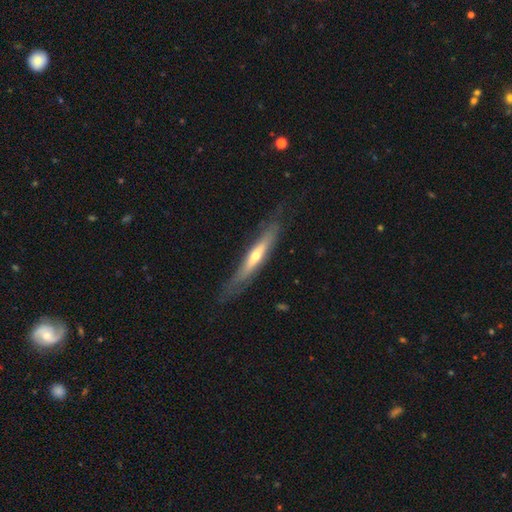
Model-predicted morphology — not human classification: Smooth or featured? Predicted: featured or disk (p=0.60). Edge-on disk? Predicted: yes (p=0.81). Merging? Predicted: none (p=0.76).